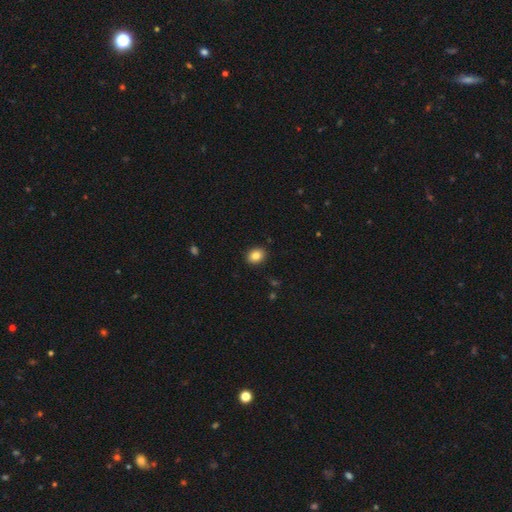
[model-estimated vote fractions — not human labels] Smooth or featured: smooth — 84% (star or artifact — 9%)
How rounded: in between — 51% (round — 48%)
Merging: none — 90% (minor disturbance — 7%)